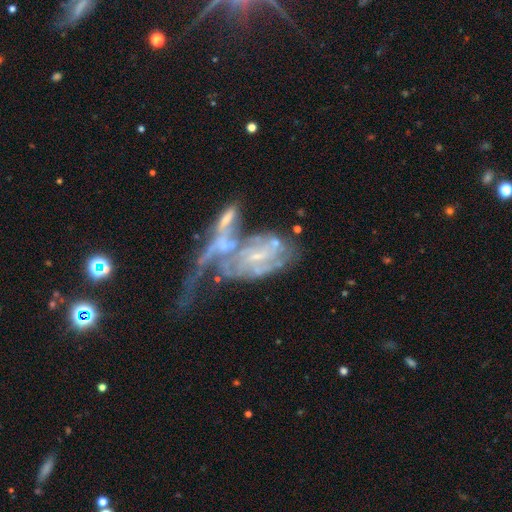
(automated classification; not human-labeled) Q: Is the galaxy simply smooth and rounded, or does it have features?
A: featured or disk — 77%.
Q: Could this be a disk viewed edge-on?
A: no — 94%.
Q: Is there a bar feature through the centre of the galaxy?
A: no — 58%.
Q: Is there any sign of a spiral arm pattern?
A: yes — 72%.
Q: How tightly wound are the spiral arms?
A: loose — 34%.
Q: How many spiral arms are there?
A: can't tell — 42%.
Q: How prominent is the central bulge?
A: small — 57%.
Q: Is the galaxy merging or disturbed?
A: merger — 52%.